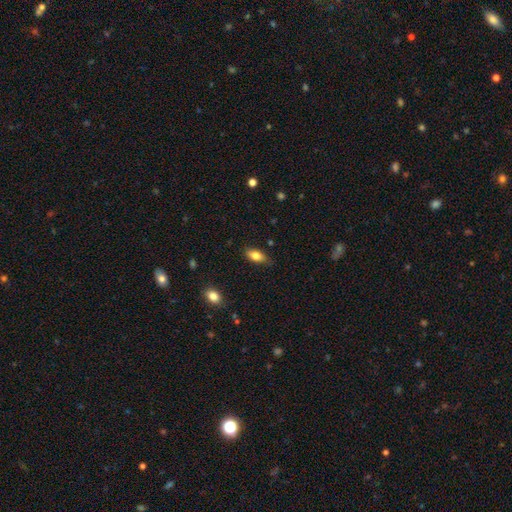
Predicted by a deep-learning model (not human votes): smooth_or_featured: smooth (p=0.80) [alt: featured or disk p=0.13]
how_rounded: in between (p=0.87) [alt: cigar-shaped p=0.09]
merging: none (p=0.80) [alt: minor disturbance p=0.16]